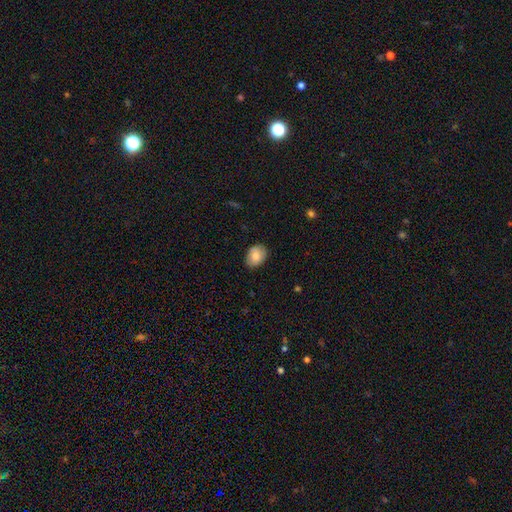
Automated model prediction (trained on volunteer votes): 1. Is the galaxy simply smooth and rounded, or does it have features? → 82% smooth, 11% featured or disk, 7% star or artifact.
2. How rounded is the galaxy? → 74% in between, 25% round, 1% cigar-shaped.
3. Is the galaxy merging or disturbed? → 83% none, 14% minor disturbance, 2% major disturbance, 1% merger.